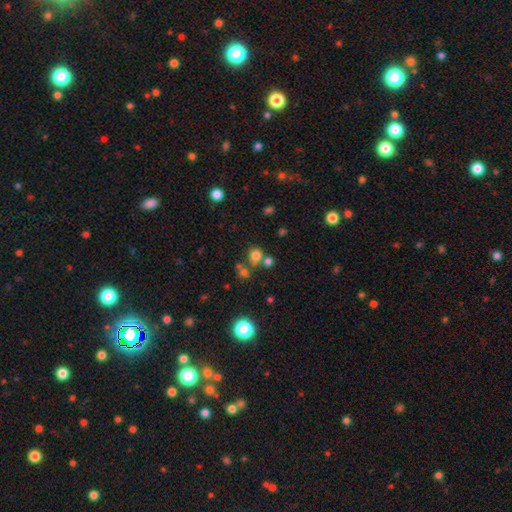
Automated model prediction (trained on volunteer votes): A smooth galaxy with no disk features (72%) that is round (82%).

Vote fractions:
- Smooth or featured? smooth: 72% / star or artifact: 20% / featured or disk: 9%
- How rounded? round: 82% / in between: 17% / cigar-shaped: 1%
- Merging? none: 62% / merger: 24% / minor disturbance: 9% / major disturbance: 5%